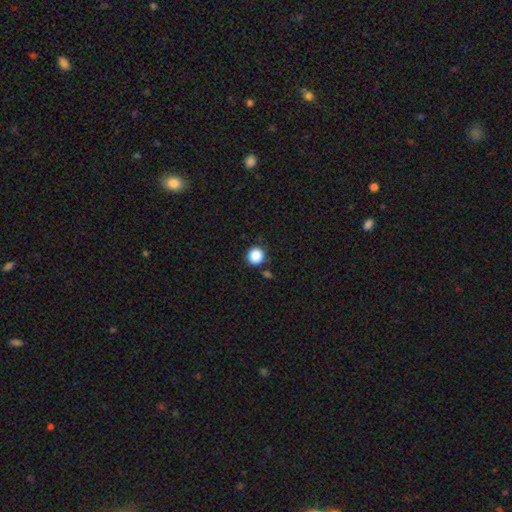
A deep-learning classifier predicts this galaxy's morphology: This is clearly a smooth galaxy (88%). How rounded: clearly round (93%). Merging: clearly none (85%).